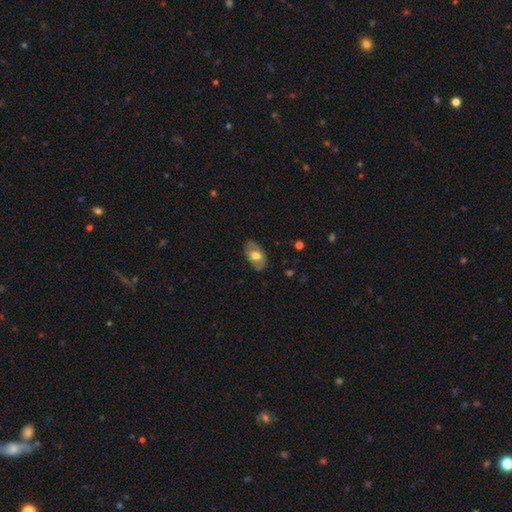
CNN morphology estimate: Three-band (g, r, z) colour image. It shows a smooth galaxy with no disk features (50%) that is in between round and cigar-shaped (90%). Merging: none (77%).